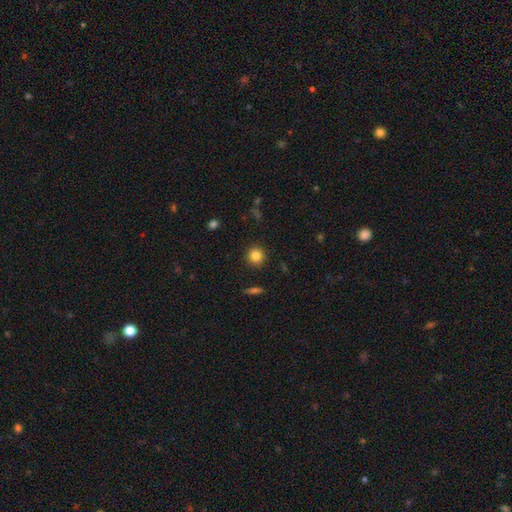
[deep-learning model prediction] smooth-or-featured: smooth: 83% | star or artifact: 11% | featured or disk: 6%
  how-rounded: round: 94% | in between: 5% | cigar-shaped: 1%
  merging: none: 92% | minor disturbance: 5% | major disturbance: 2% | merger: 1%